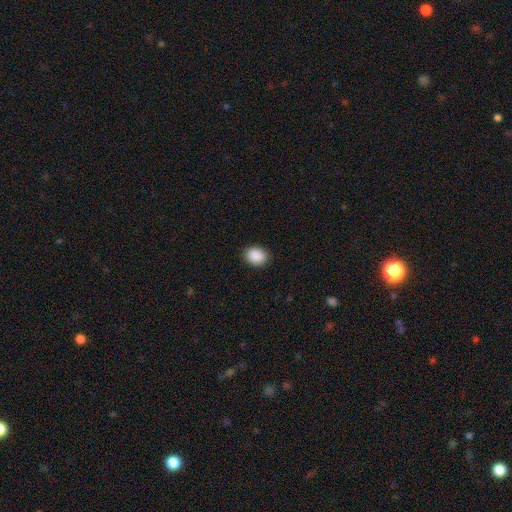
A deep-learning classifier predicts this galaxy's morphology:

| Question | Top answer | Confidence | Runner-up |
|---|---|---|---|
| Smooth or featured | smooth | 90% | star or artifact (8%) |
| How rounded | in between | 58% | round (41%) |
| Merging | none | 89% | minor disturbance (8%) |